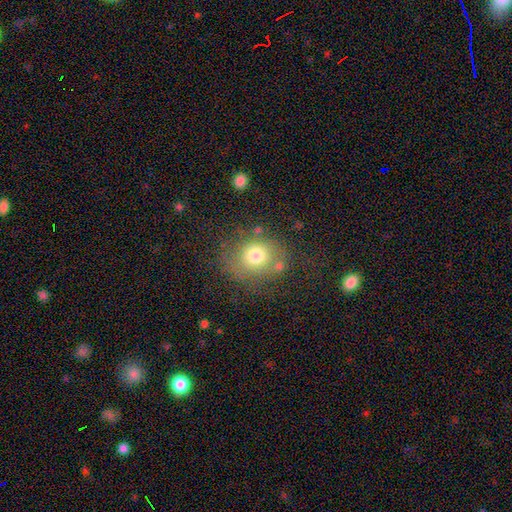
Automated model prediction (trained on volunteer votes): Smooth or featured?
  - smooth: 72% *
  - featured or disk: 15%
  - star or artifact: 13%
How rounded?
  - round: 71% *
  - in between: 28%
  - cigar-shaped: 1%
Merging?
  - none: 62% *
  - minor disturbance: 19%
  - major disturbance: 11%
  - merger: 7%